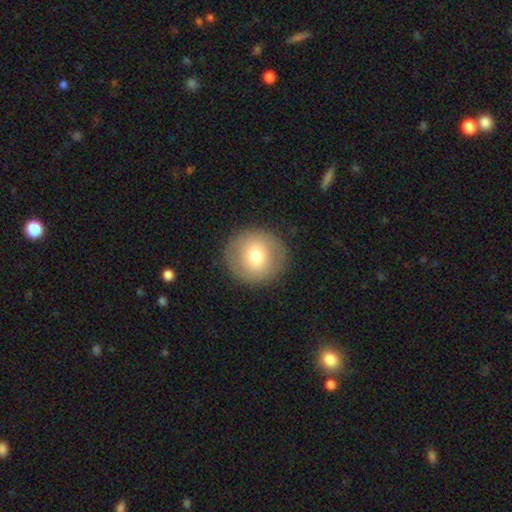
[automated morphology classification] Smooth or featured? smooth (70%)
How rounded? round (93%)
Merging? none (89%)